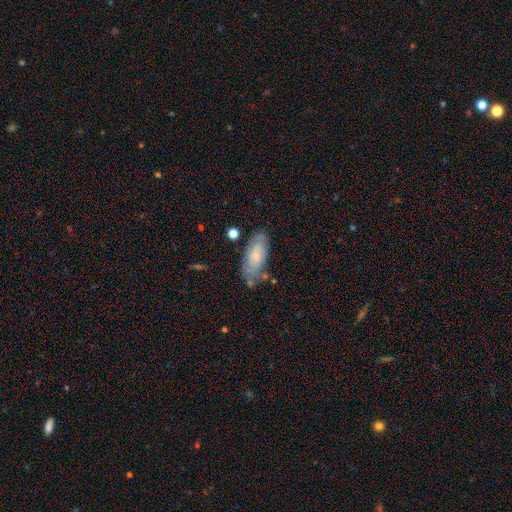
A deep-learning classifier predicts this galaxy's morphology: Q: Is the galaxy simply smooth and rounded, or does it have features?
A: smooth — 55%.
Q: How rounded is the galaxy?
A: in between — 81%.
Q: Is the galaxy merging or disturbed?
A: none — 65%.